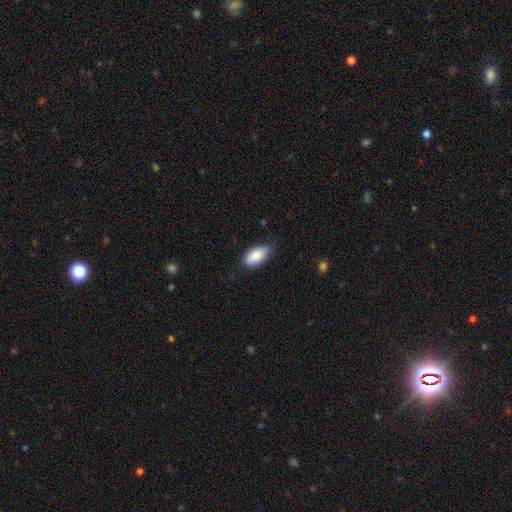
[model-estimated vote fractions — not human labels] Q: Smooth or featured?
A: smooth (86%); runner-up: featured or disk (8%)
Q: How rounded?
A: in between (92%); runner-up: cigar-shaped (5%)
Q: Merging?
A: none (76%); runner-up: minor disturbance (20%)